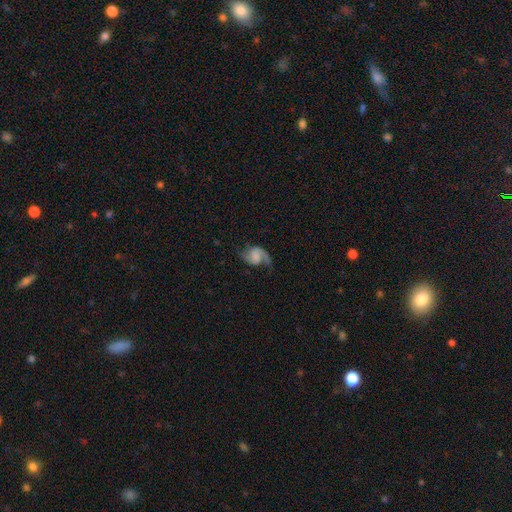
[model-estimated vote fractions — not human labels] Smooth or featured: featured or disk — 83% (smooth — 11%)
Edge-on disk: no — 98% (yes — 2%)
Bar: no — 47% (weak — 41%)
Spiral arms: yes — 96% (no — 4%)
Spiral winding: loose — 47% (medium — 42%)
Spiral arm count: 2 — 86% (1 — 9%)
Bulge size: none — 53% (small — 17%)
Merging: none — 67% (minor disturbance — 18%)